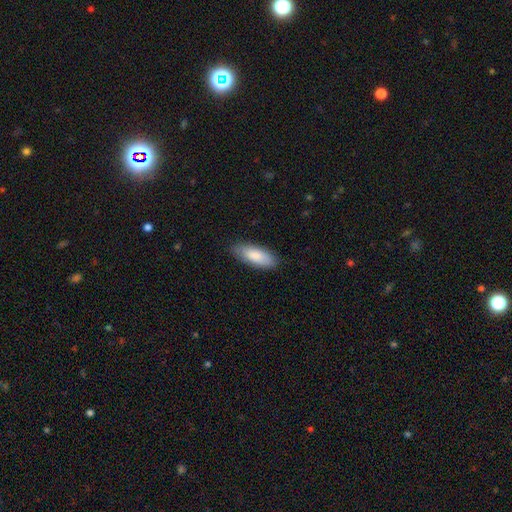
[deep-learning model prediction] This is clearly a smooth galaxy (84%). How rounded: likely in between (76%). Merging: clearly none (84%).